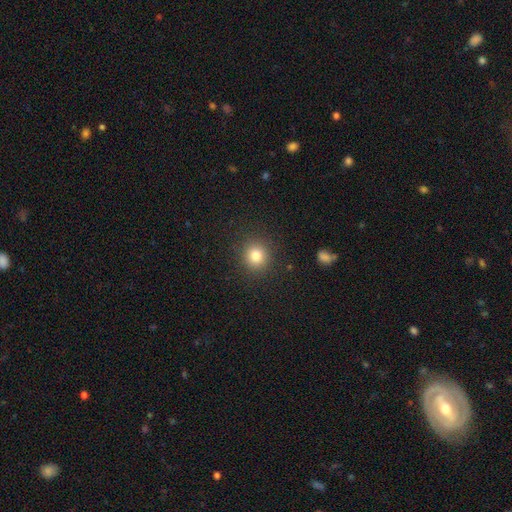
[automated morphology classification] This appears to be a smooth galaxy with no disk features (81%) that is round (87%). Merging: none (90%).